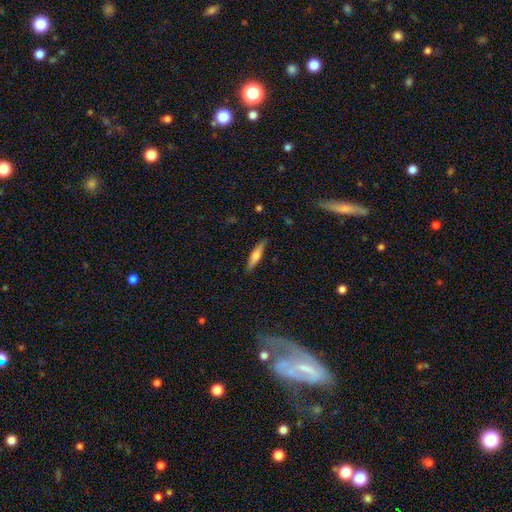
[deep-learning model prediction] Smooth or featured?
  - smooth: 58% *
  - featured or disk: 36%
  - star or artifact: 6%
How rounded?
  - cigar-shaped: 83% *
  - in between: 15%
  - round: 2%
Merging?
  - none: 86% *
  - minor disturbance: 11%
  - major disturbance: 2%
  - merger: 1%